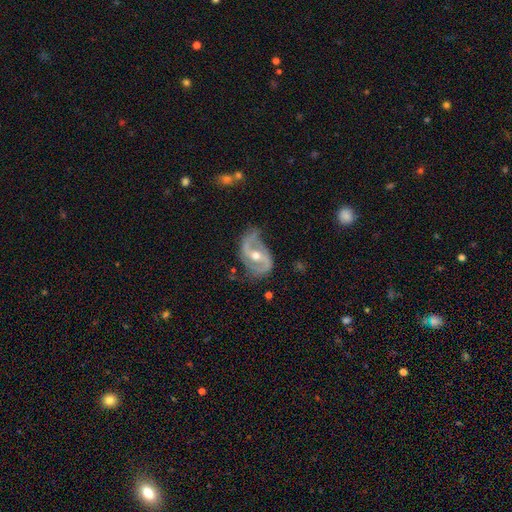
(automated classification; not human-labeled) This is clearly a featured or disk galaxy (89%). It is clearly not viewed edge-on (97%). Bar: marginally weak (40%). Spiral arm pattern: clearly yes (95%). Spiral arm count: clearly 2 (91%). Spiral winding: marginally medium (43%, tied with loose). Central bulge: likely moderate (68%). Merging: likely none (62%).